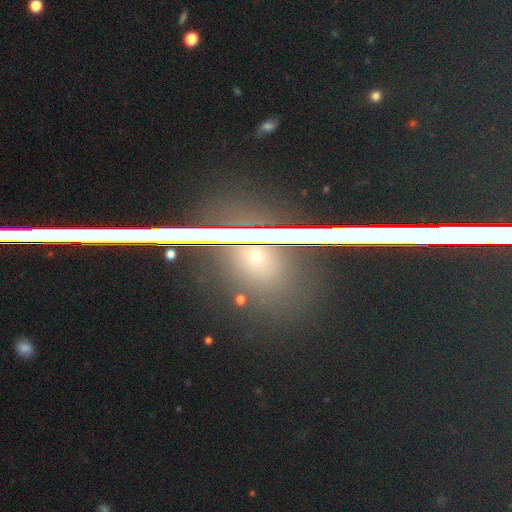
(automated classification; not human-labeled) star or artifact 48%, smooth 38%, featured or disk 13%.